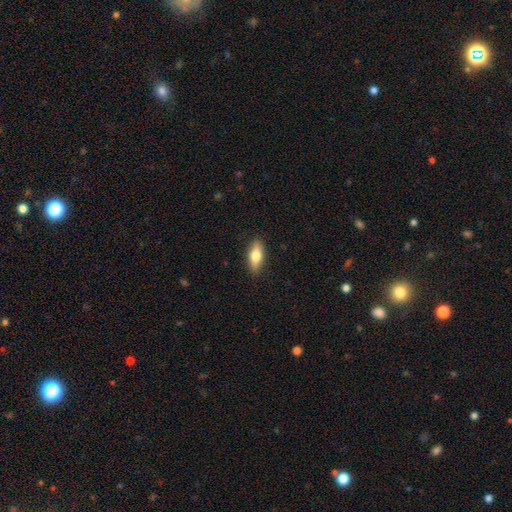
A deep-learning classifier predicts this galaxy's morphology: This appears to be a smooth galaxy with no disk features (68%) that is in between round and cigar-shaped (73%). Merging: none (88%).